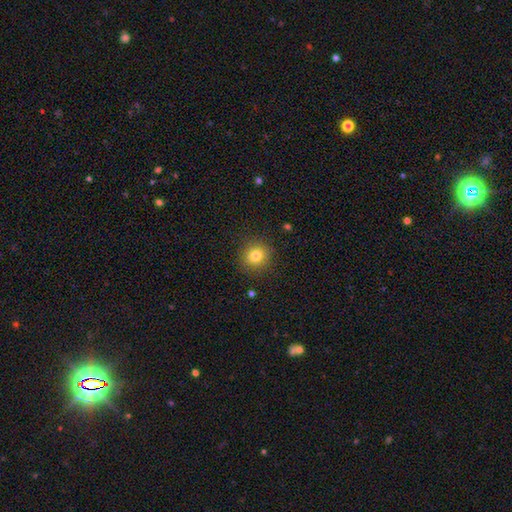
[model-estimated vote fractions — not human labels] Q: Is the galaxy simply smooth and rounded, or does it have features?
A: smooth — 80%.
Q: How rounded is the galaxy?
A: round — 88%.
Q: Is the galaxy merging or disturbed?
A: none — 89%.